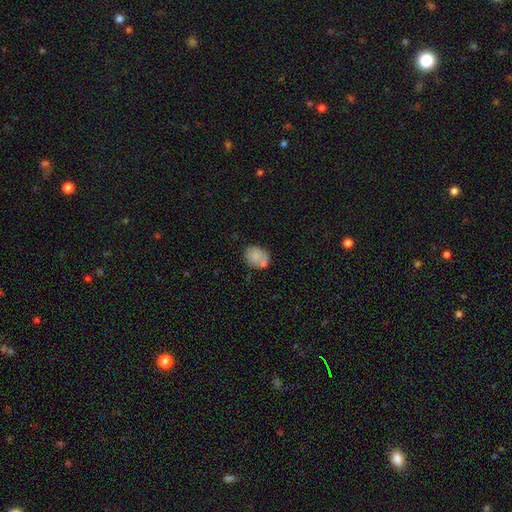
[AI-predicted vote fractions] Morphology: type=smooth (79%); roundness=in between (54%); merging=none (58%).